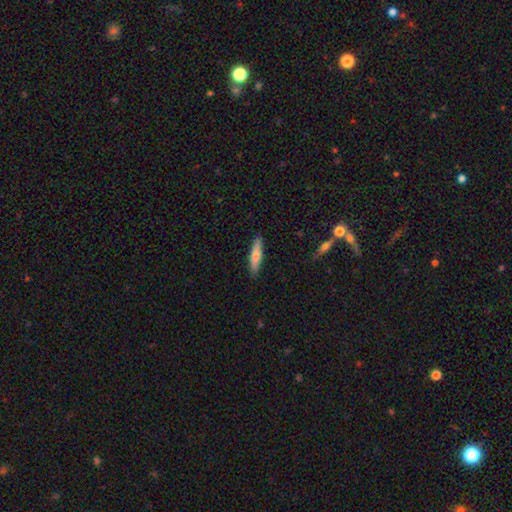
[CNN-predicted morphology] Overall: smooth (70%). How rounded: cigar-shaped (81%). Merging: none (90%).